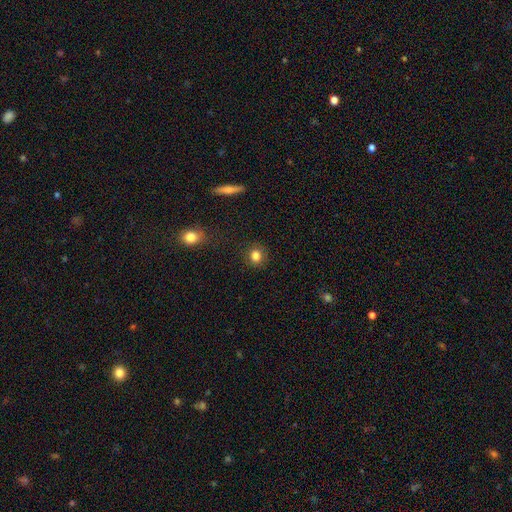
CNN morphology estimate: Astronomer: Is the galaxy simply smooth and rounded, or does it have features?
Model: smooth — 83%.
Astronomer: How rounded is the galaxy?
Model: round — 85%.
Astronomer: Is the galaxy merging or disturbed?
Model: none — 88%.